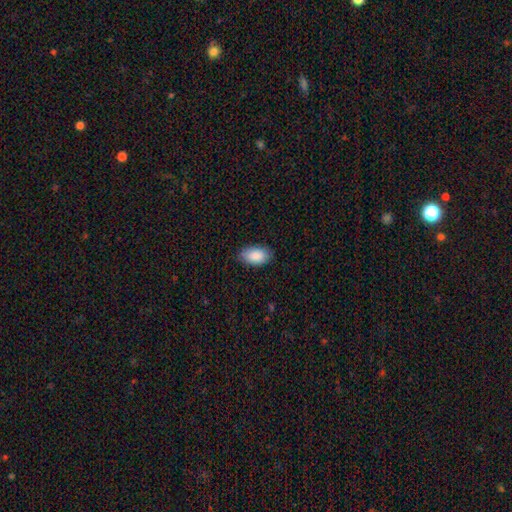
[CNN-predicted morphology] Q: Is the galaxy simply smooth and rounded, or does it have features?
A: smooth — 88%.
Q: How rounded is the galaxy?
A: in between — 94%.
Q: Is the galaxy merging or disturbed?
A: none — 80%.